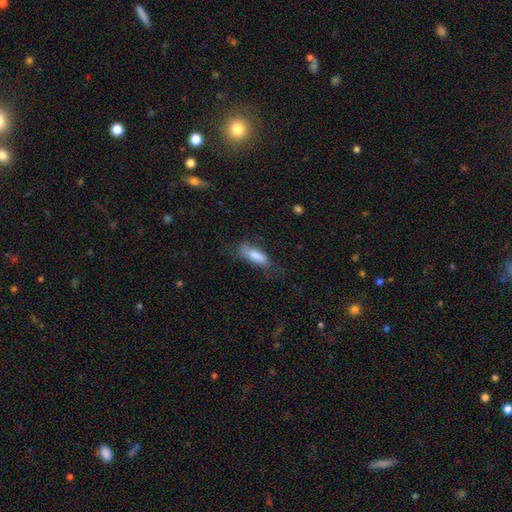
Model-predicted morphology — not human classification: Smooth or featured? smooth (79%)
How rounded? in between (66%)
Merging? none (56%)